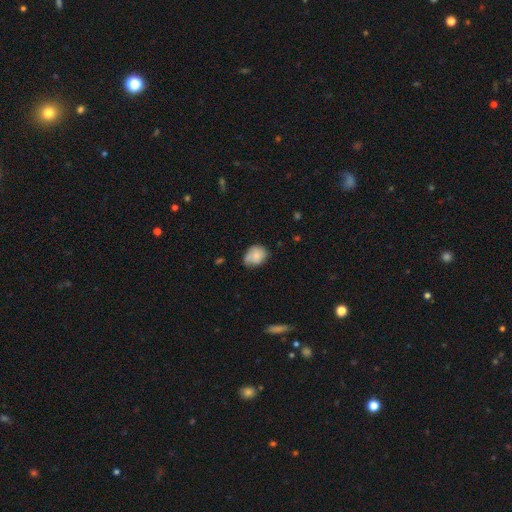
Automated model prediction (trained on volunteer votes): This is likely a smooth galaxy (76%). How rounded: possibly in between (55%). Merging: possibly none (51%).